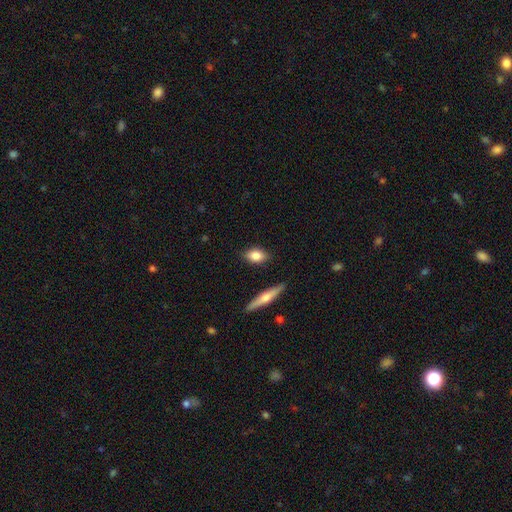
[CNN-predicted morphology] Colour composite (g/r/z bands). It shows a smooth galaxy with no disk features (78%) that is in between round and cigar-shaped (78%). Merging: none (84%).